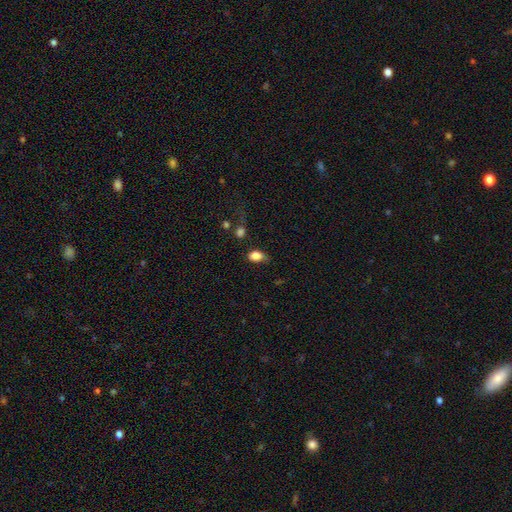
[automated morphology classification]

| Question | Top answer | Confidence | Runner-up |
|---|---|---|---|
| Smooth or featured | smooth | 85% | star or artifact (9%) |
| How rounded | in between | 79% | round (19%) |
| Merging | none | 53% | minor disturbance (28%) |